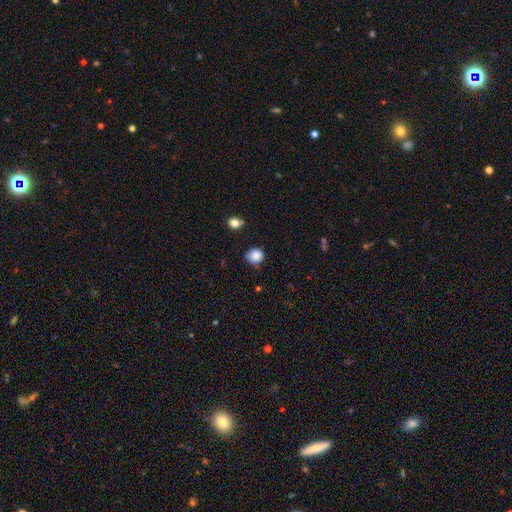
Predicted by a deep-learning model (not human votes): Smooth or featured: smooth — 85% (star or artifact — 10%)
How rounded: round — 87% (in between — 12%)
Merging: none — 73% (minor disturbance — 21%)